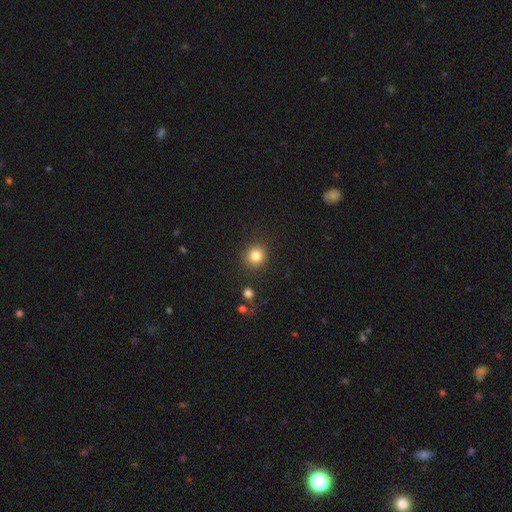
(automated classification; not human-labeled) This appears to be a smooth galaxy with no disk features (83%) that is round (87%). Merging: none (88%).